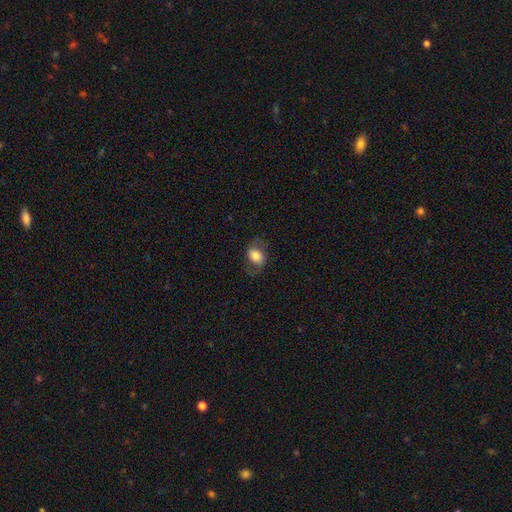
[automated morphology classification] A smooth galaxy with no disk features (61%) that is in between round and cigar-shaped (70%).

Vote fractions:
- Smooth or featured? smooth: 61% / featured or disk: 30% / star or artifact: 9%
- How rounded? in between: 70% / round: 28% / cigar-shaped: 2%
- Merging? none: 67% / minor disturbance: 19% / major disturbance: 13% / merger: 1%